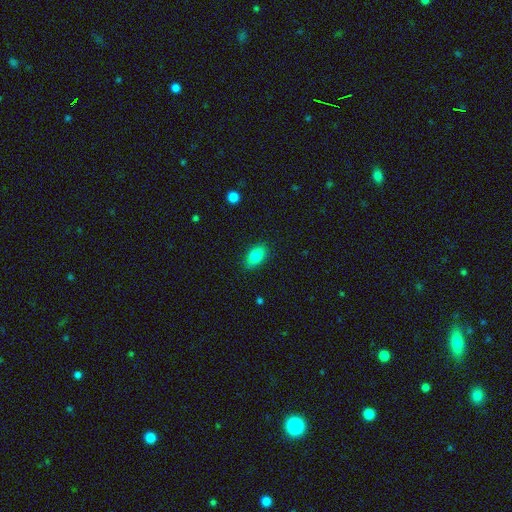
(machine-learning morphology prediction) type=smooth (84%); roundness=in between (89%); merging=none (85%).